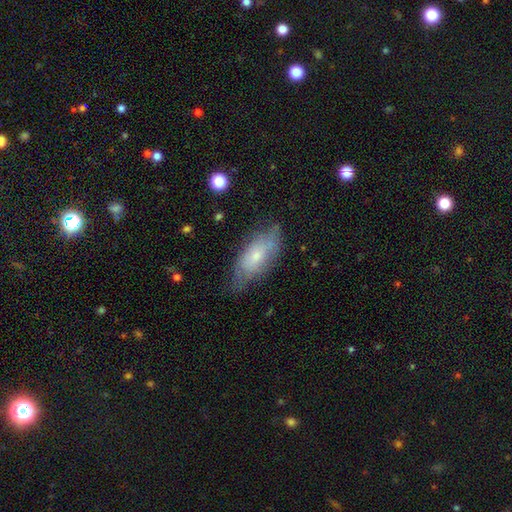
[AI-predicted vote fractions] Smooth or featured: smooth — 49% (featured or disk — 43%)
Merging: none — 62% (minor disturbance — 28%)